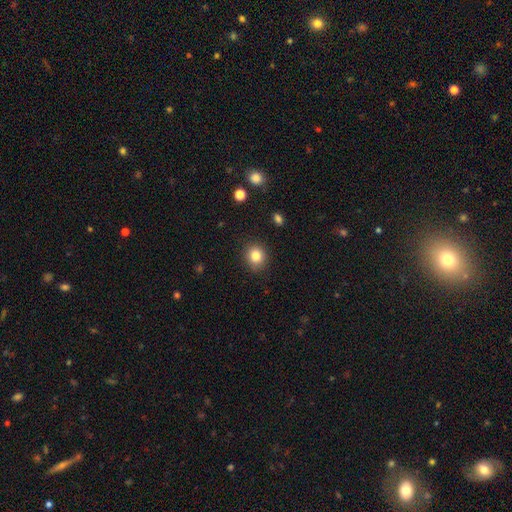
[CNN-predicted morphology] Smooth or featured: smooth — 83% (star or artifact — 11%)
How rounded: round — 81% (in between — 18%)
Merging: none — 89% (minor disturbance — 8%)